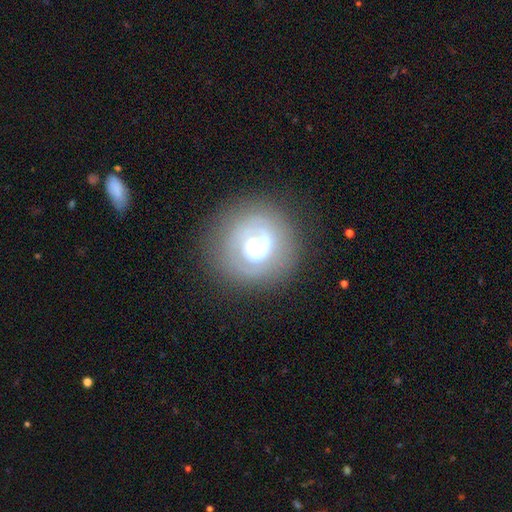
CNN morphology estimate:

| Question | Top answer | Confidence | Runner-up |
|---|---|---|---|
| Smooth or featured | featured or disk | 58% | smooth (31%) |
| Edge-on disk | no | 96% | yes (4%) |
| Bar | no | 76% | weak (16%) |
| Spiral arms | no | 62% | yes (38%) |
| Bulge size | moderate | 53% | large (31%) |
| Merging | none | 71% | minor disturbance (15%) |